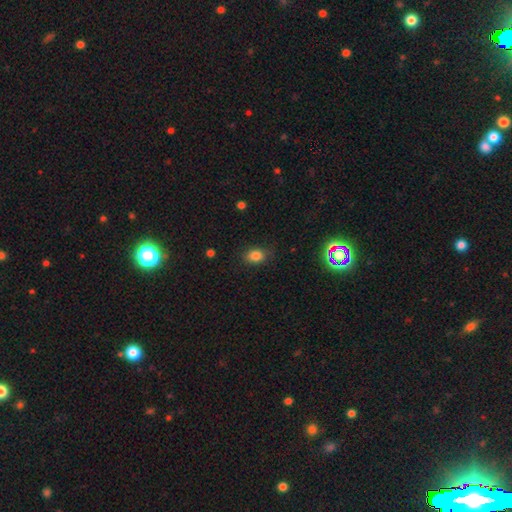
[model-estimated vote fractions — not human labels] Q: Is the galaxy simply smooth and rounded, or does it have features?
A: smooth — 81%.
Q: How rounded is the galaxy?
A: in between — 68%.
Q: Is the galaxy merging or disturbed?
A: none — 80%.